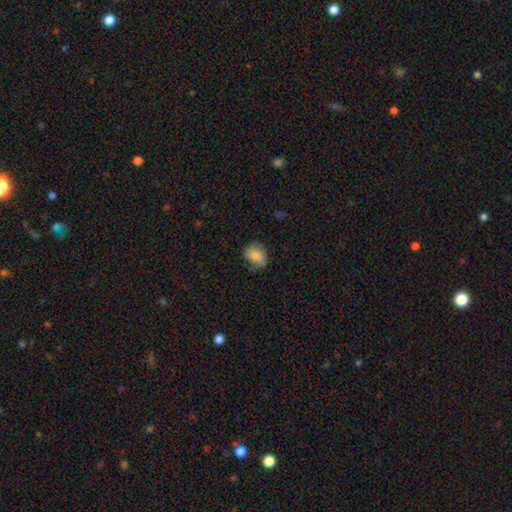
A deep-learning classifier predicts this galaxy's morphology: Smooth or featured: smooth — 83% (featured or disk — 10%)
How rounded: in between — 67% (round — 32%)
Merging: none — 72% (minor disturbance — 22%)